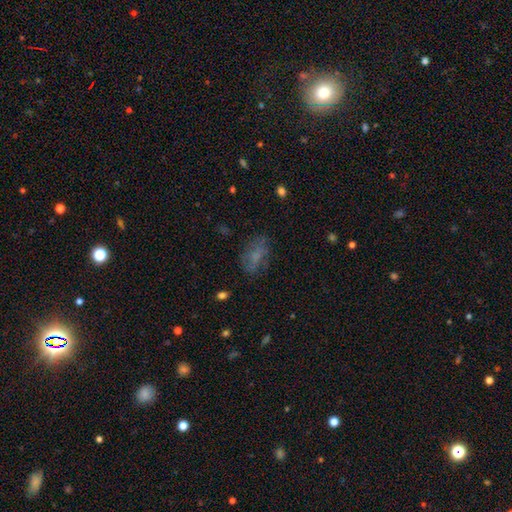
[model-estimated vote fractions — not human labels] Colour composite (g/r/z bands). It shows a smooth galaxy with no disk features (60%) that is in between round and cigar-shaped (86%). Merging: none (66%).